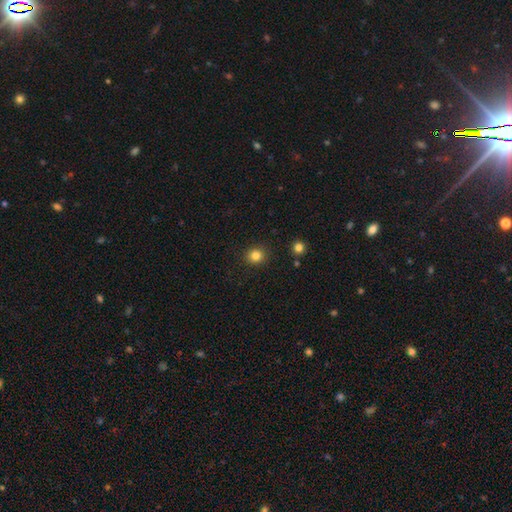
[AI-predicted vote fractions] A smooth galaxy with no disk features (82%) that is round (87%).

Vote fractions:
- Smooth or featured? smooth: 82% / star or artifact: 12% / featured or disk: 5%
- How rounded? round: 87% / in between: 13% / cigar-shaped: 1%
- Merging? none: 91% / minor disturbance: 6% / major disturbance: 2% / merger: 1%